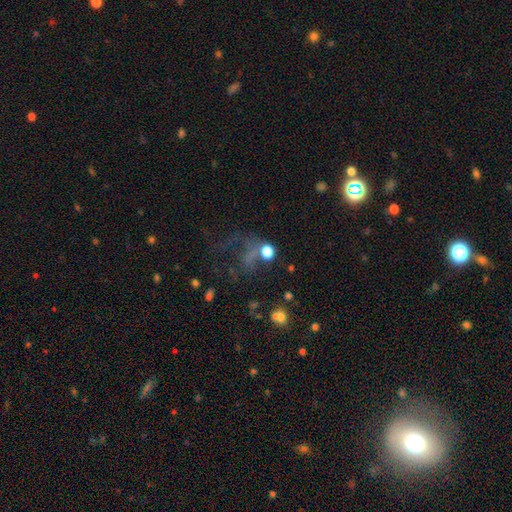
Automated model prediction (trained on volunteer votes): Morphology: type=star or artifact (40%).